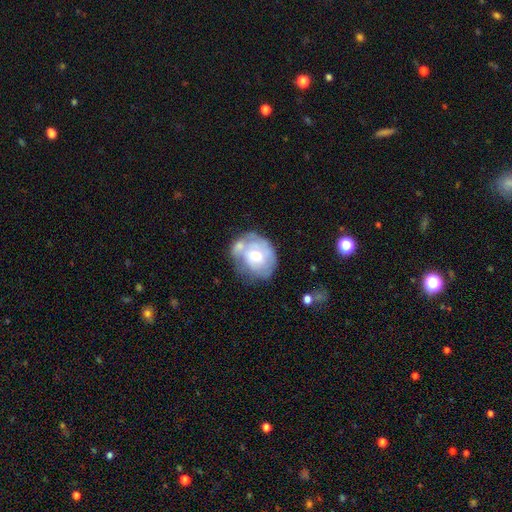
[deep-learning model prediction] Q: Smooth or featured?
A: featured or disk (49%); runner-up: smooth (44%)
Q: Merging?
A: none (37%); runner-up: minor disturbance (25%)